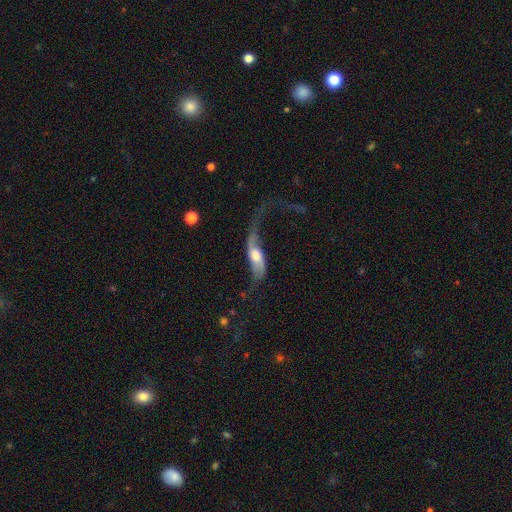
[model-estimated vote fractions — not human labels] This appears to be a featured or disk galaxy (63%). Merging: major disturbance (46%).